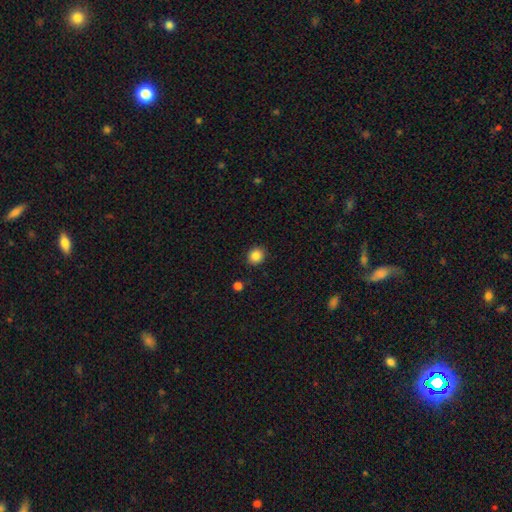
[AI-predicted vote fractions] Smooth or featured? Predicted: smooth (p=0.86). How rounded? Predicted: round (p=0.82). Merging? Predicted: none (p=0.90).